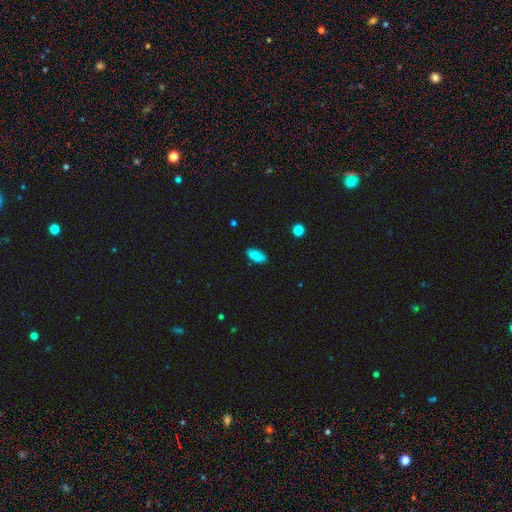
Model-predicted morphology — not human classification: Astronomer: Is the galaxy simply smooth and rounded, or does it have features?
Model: smooth — 88%.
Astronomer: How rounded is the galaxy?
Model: in between — 91%.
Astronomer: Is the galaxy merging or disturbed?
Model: none — 85%.